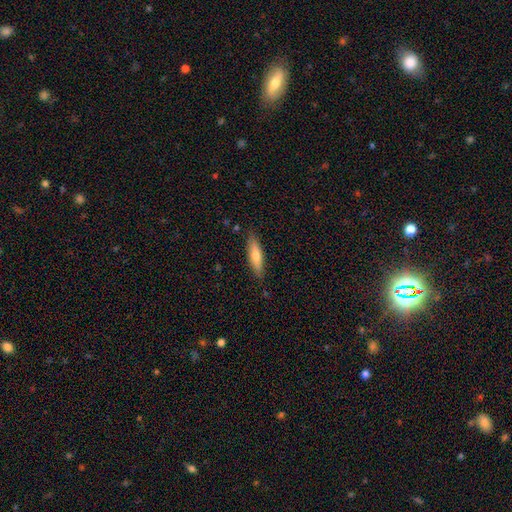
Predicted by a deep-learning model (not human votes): This appears to be a smooth galaxy with no disk features (65%) that is cigar-shaped (72%). Merging: none (87%).